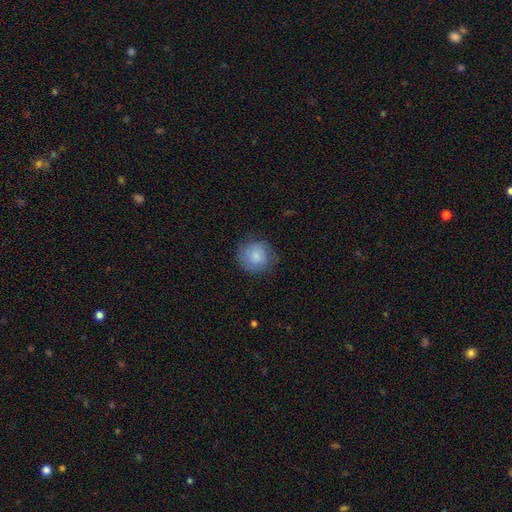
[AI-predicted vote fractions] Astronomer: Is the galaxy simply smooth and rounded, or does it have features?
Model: smooth — 78%.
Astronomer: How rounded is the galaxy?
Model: round — 92%.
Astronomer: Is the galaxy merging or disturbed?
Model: none — 76%.